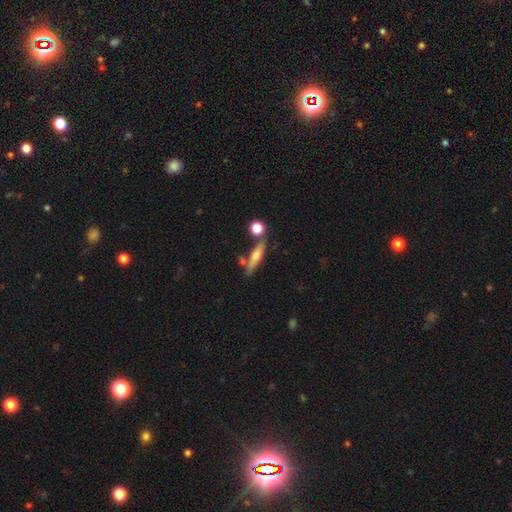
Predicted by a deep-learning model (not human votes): This is possibly a smooth galaxy (59%). How rounded: likely cigar-shaped (78%). Merging: likely none (68%).